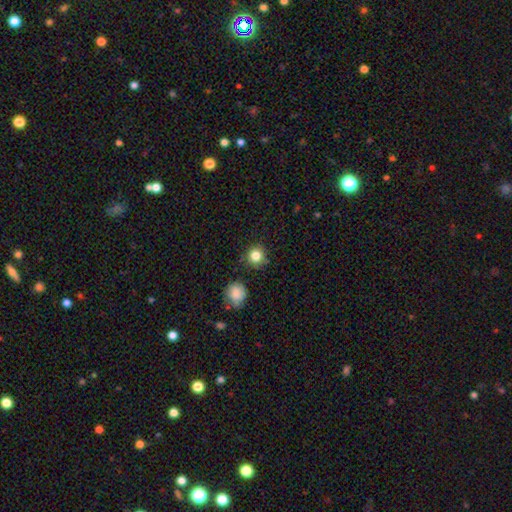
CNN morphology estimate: Smooth or featured: smooth — 83% (star or artifact — 11%)
How rounded: round — 92% (in between — 7%)
Merging: none — 85% (minor disturbance — 9%)